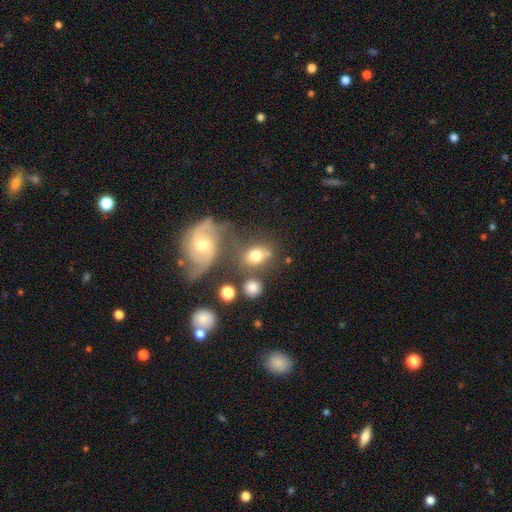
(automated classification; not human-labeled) Smooth or featured? smooth (62%)
How rounded? in between (65%)
Merging? none (47%)